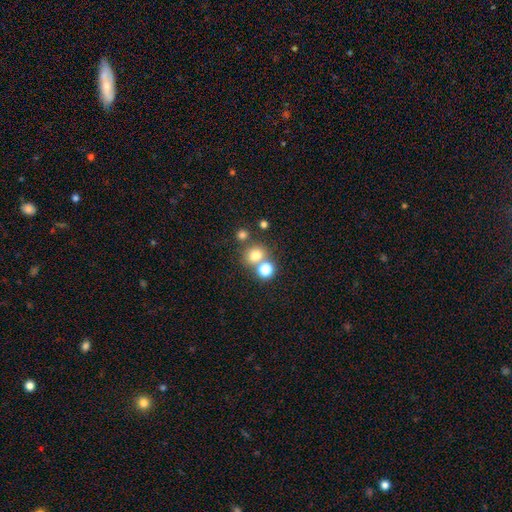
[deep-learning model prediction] smooth 72%, star or artifact 17%, featured or disk 11%. Down the decision tree: how rounded — round (81%); merging — none (60%).